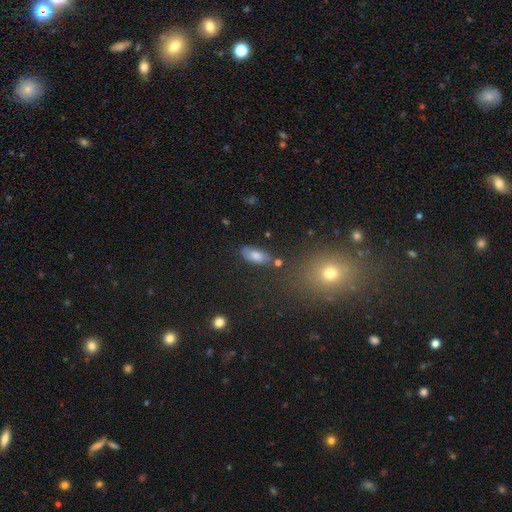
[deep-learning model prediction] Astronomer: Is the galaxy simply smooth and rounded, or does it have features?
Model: smooth — 70%.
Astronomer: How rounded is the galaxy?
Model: in between — 83%.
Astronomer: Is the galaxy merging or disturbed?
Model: none — 73%.